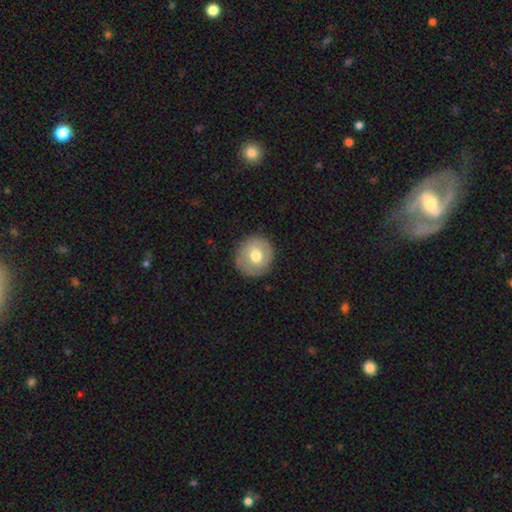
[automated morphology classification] Overall: smooth (60%; featured or disk 33%). How rounded: round (90%). Merging: none (85%).